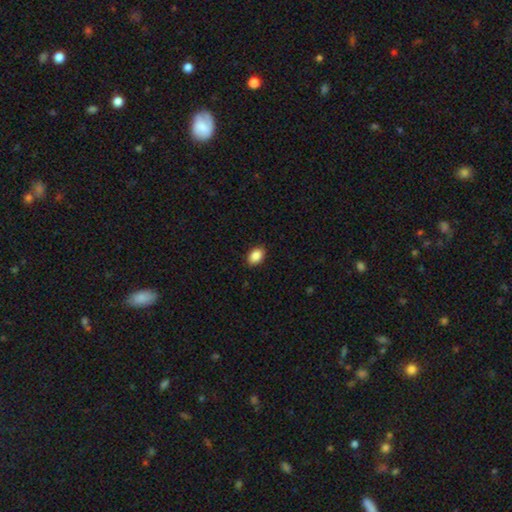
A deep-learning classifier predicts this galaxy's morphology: smooth_or_featured: smooth (p=0.88) [alt: star or artifact p=0.08]
how_rounded: in between (p=0.82) [alt: round p=0.17]
merging: none (p=0.89) [alt: minor disturbance p=0.09]